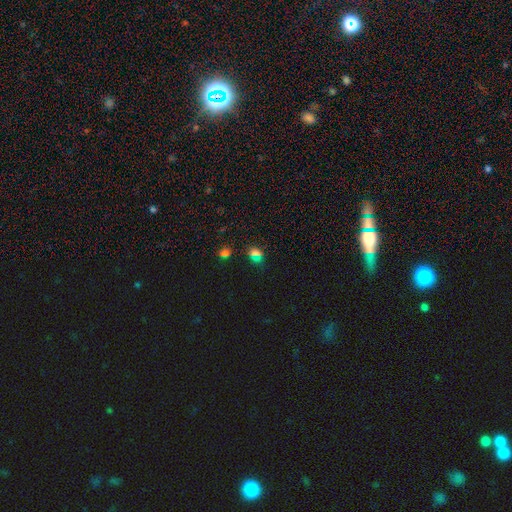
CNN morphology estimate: smooth_or_featured: smooth (p=0.54) [alt: star or artifact p=0.38]
how_rounded: round (p=0.49) [alt: in between p=0.48]
merging: none (p=0.78) [alt: minor disturbance p=0.11]